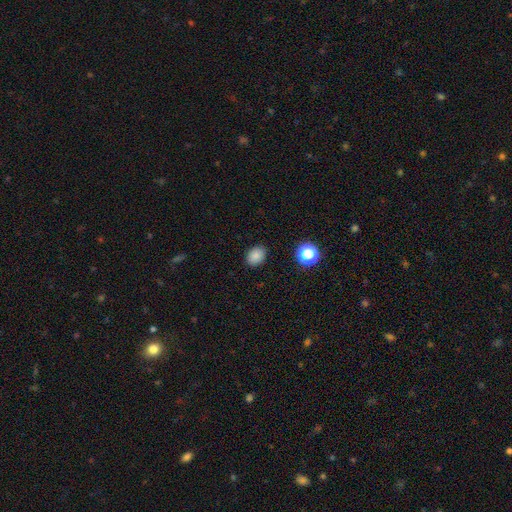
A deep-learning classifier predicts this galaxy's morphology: Q: Smooth or featured?
A: smooth (84%); runner-up: star or artifact (12%)
Q: How rounded?
A: in between (62%); runner-up: round (37%)
Q: Merging?
A: none (87%); runner-up: minor disturbance (9%)